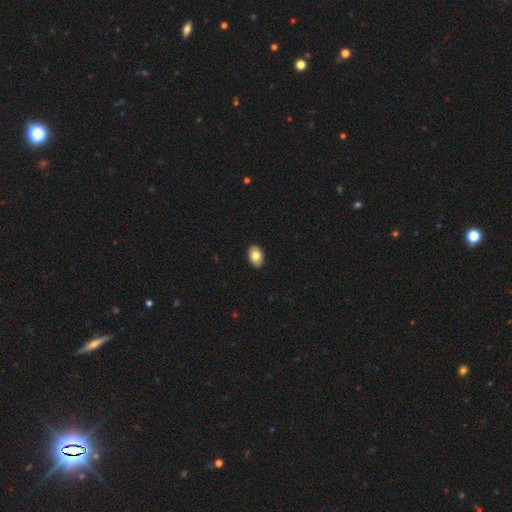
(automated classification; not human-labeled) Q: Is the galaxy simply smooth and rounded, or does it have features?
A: smooth — 80%.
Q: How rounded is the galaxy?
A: in between — 88%.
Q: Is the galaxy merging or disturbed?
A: none — 91%.